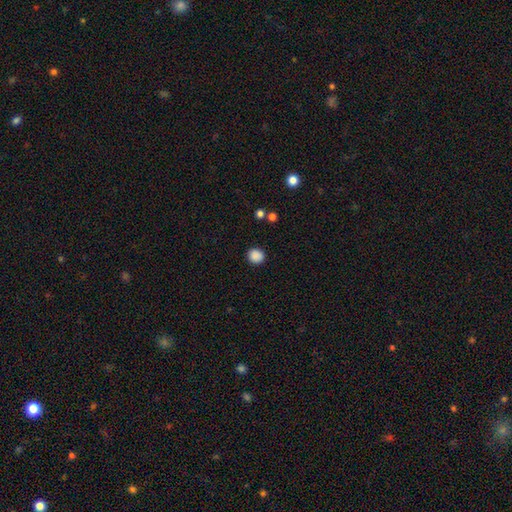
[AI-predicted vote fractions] smooth_or_featured: smooth (p=0.88) [alt: star or artifact p=0.10]
how_rounded: round (p=0.85) [alt: in between p=0.14]
merging: none (p=0.90) [alt: minor disturbance p=0.06]